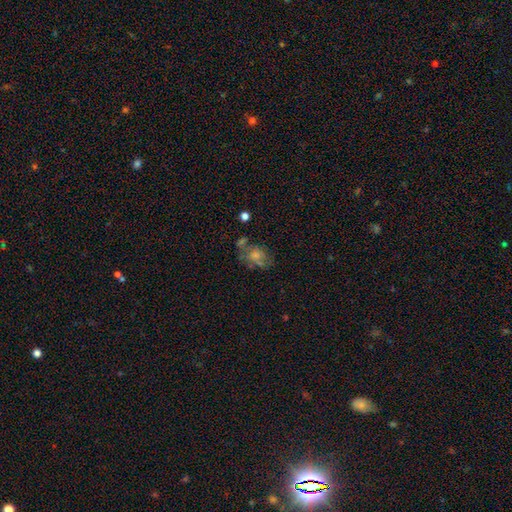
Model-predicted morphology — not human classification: This is possibly a smooth galaxy (55%). How rounded: likely in between (69%). Merging: marginally none (40%).